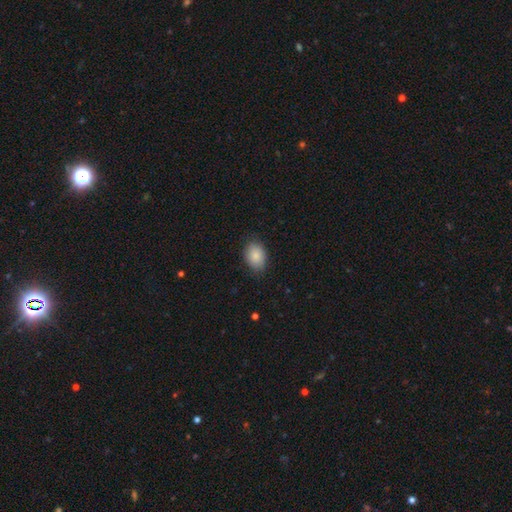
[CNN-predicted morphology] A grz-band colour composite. It shows a smooth galaxy with no disk features (88%) that is in between round and cigar-shaped (80%). Merging: none (84%).